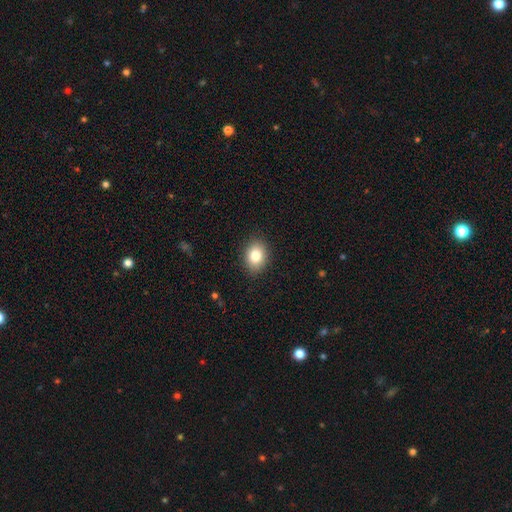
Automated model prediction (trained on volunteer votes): A smooth galaxy with no disk features (83%) that is in between round and cigar-shaped (69%). Merging: none (87%).